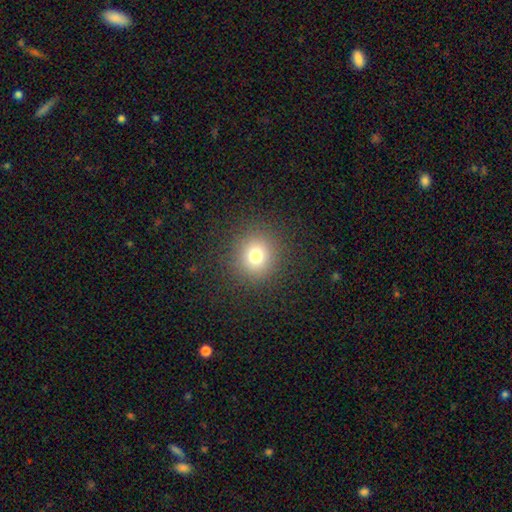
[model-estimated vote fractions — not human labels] smooth 75%, star or artifact 16%, featured or disk 8%. Down the decision tree: how rounded — round (90%); merging — none (88%).